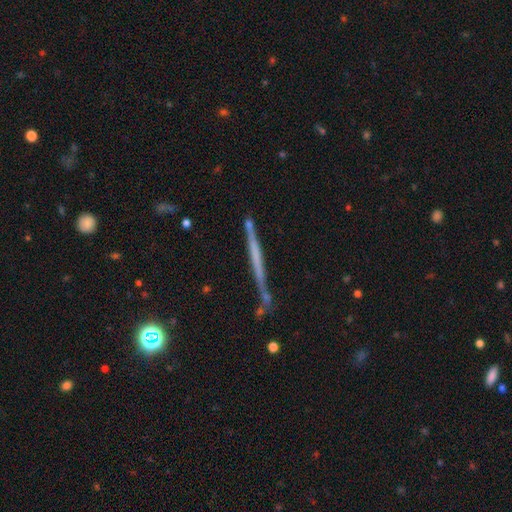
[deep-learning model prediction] Overall: featured or disk (58%; smooth 34%). Edge-on disk: yes (97%). Edge-on bulge: none (86%). Merging: none (80%).